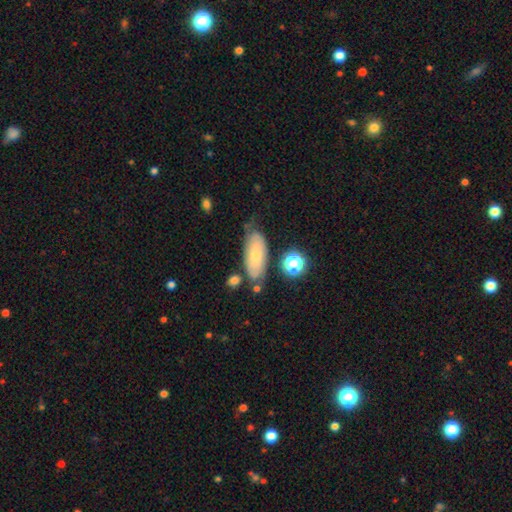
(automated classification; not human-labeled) Q: Smooth or featured?
A: smooth (61%); runner-up: featured or disk (31%)
Q: How rounded?
A: in between (81%); runner-up: cigar-shaped (15%)
Q: Merging?
A: none (62%); runner-up: minor disturbance (24%)